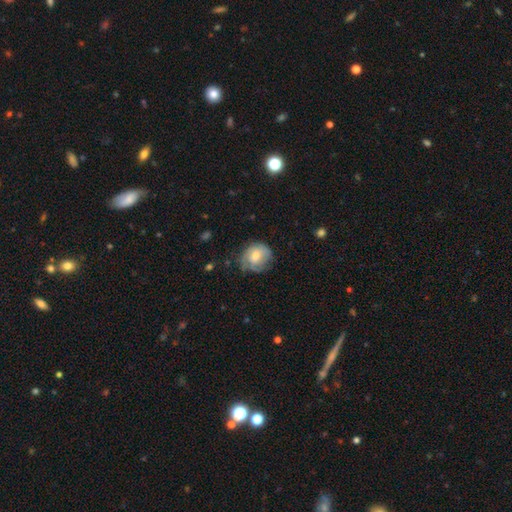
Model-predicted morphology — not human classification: A smooth galaxy with no disk features (51%) that is round (73%). Merging: none (58%).